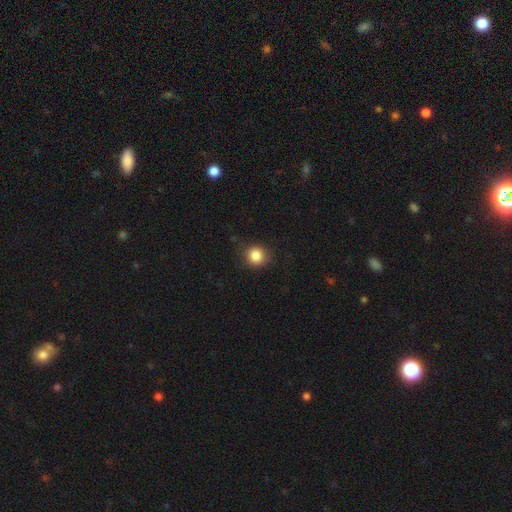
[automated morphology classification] smooth 84%, star or artifact 11%, featured or disk 5%. Down the decision tree: how rounded — round (87%); merging — none (84%).